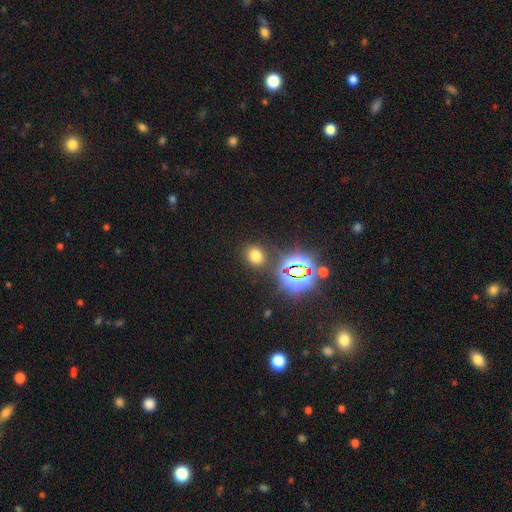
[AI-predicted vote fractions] smooth 64%, star or artifact 29%, featured or disk 7%. Down the decision tree: how rounded — round (58%); merging — none (82%).